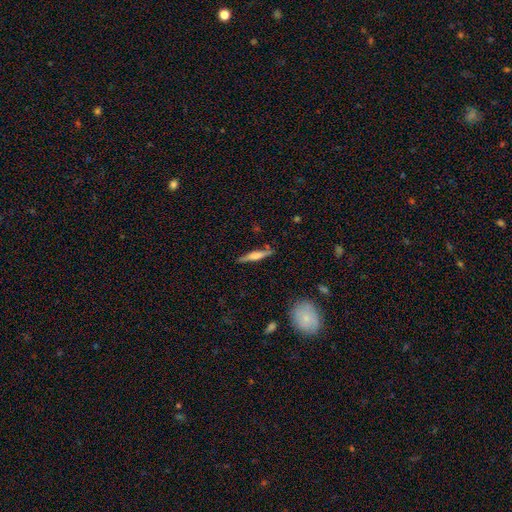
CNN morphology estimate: smooth_or_featured: smooth (p=0.50) [alt: featured or disk p=0.44]
merging: none (p=0.83) [alt: minor disturbance p=0.12]